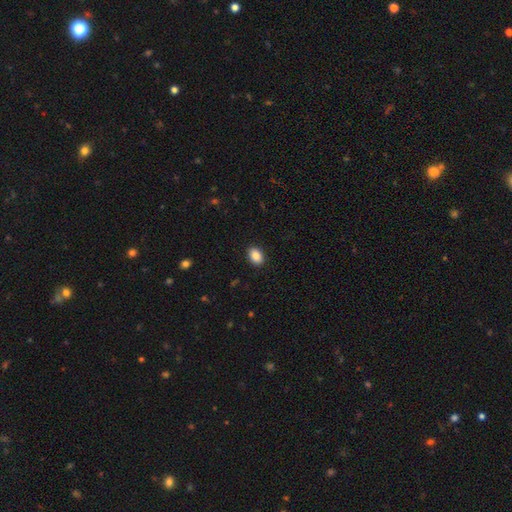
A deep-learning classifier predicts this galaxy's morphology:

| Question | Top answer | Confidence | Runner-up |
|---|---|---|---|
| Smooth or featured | smooth | 89% | star or artifact (8%) |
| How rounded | in between | 79% | round (20%) |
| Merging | none | 91% | minor disturbance (7%) |